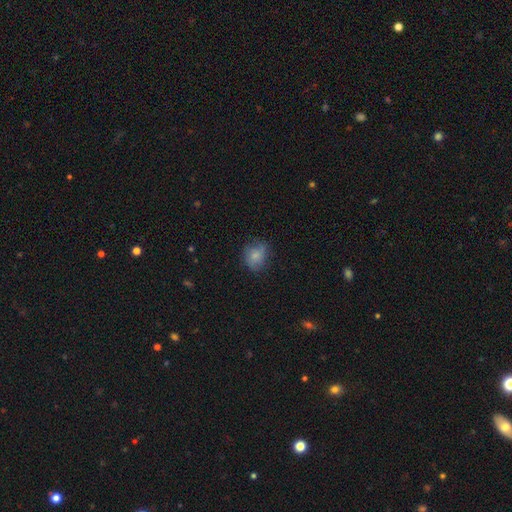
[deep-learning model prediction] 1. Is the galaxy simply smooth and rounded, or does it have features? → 75% smooth, 15% featured or disk, 9% star or artifact.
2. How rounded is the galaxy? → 60% round, 39% in between, 1% cigar-shaped.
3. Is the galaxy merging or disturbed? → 66% none, 25% minor disturbance, 8% major disturbance, 1% merger.